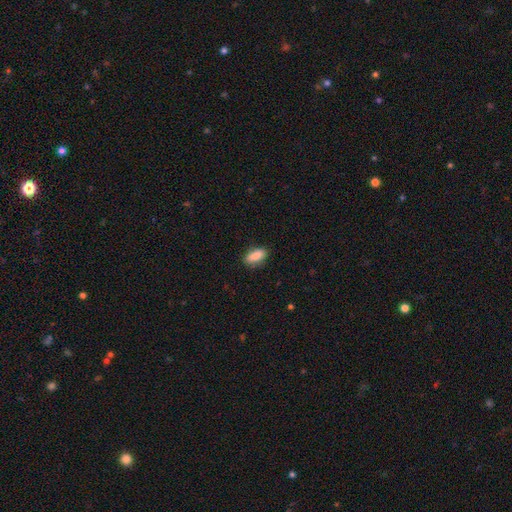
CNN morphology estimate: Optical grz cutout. It shows a smooth galaxy with no disk features (88%) that is in between round and cigar-shaped (87%). Merging: none (82%).